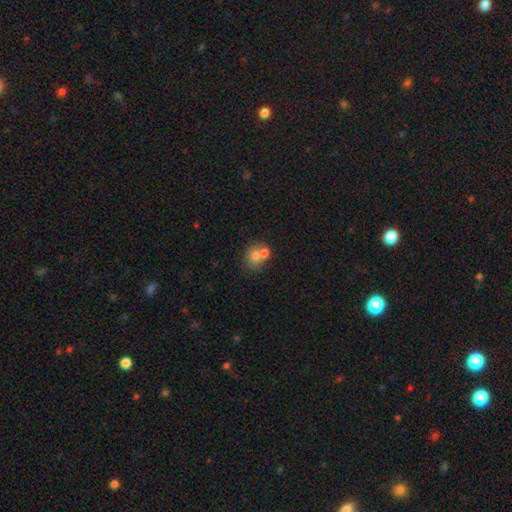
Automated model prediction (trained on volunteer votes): This is likely a smooth galaxy (71%). How rounded: likely round (64%). Merging: marginally merger (44%).